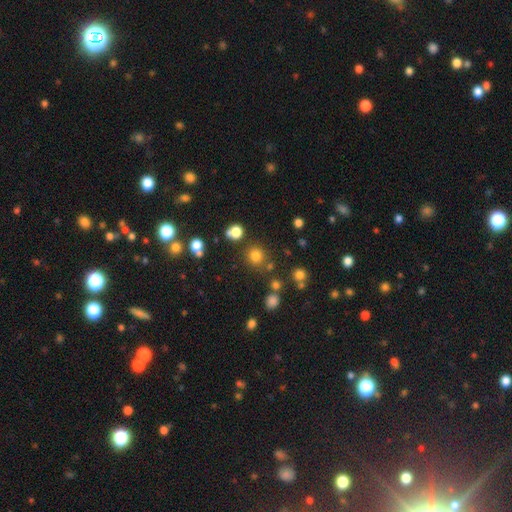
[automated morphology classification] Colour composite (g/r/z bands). It shows a smooth galaxy with no disk features (77%) that is round (91%). Merging: none (80%).